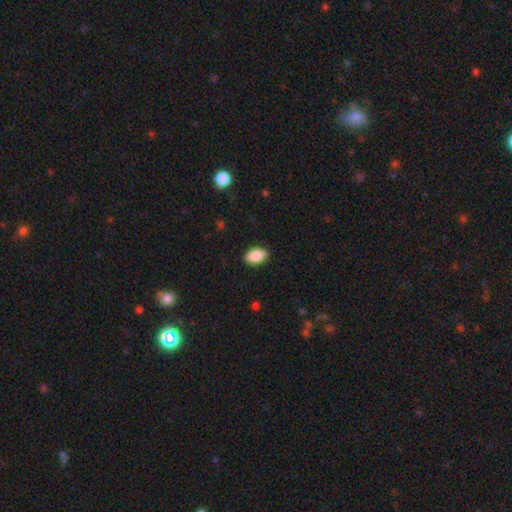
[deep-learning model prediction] smooth_or_featured: smooth (p=0.88) [alt: star or artifact p=0.07]
how_rounded: in between (p=0.89) [alt: round p=0.09]
merging: none (p=0.89) [alt: minor disturbance p=0.08]